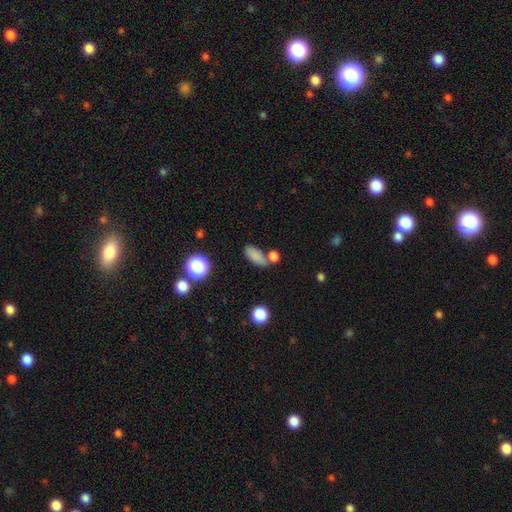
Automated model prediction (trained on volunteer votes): Smooth or featured? smooth (81%)
How rounded? in between (80%)
Merging? none (58%)